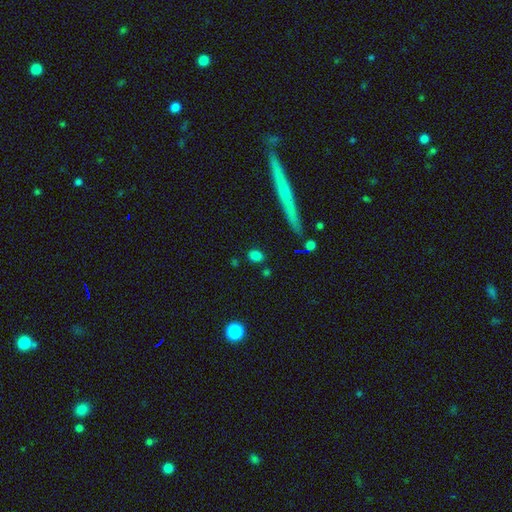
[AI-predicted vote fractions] Smooth or featured?
  - smooth: 81% *
  - star or artifact: 12%
  - featured or disk: 7%
How rounded?
  - in between: 64% *
  - round: 30%
  - cigar-shaped: 6%
Merging?
  - none: 83% *
  - minor disturbance: 10%
  - merger: 4%
  - major disturbance: 3%